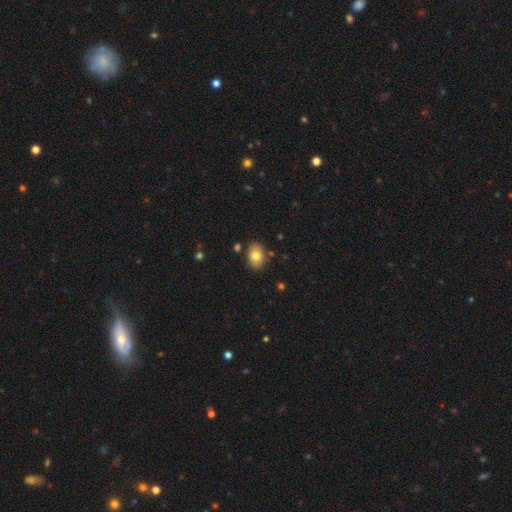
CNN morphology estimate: smooth_or_featured: smooth (p=0.79) [alt: featured or disk p=0.13]
how_rounded: in between (p=0.79) [alt: round p=0.20]
merging: none (p=0.84) [alt: minor disturbance p=0.11]